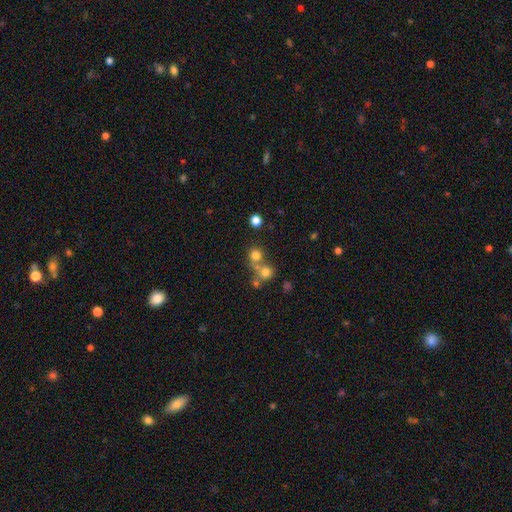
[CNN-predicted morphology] Q: Smooth or featured?
A: smooth (72%); runner-up: star or artifact (17%)
Q: How rounded?
A: round (88%); runner-up: in between (11%)
Q: Merging?
A: none (52%); runner-up: merger (39%)